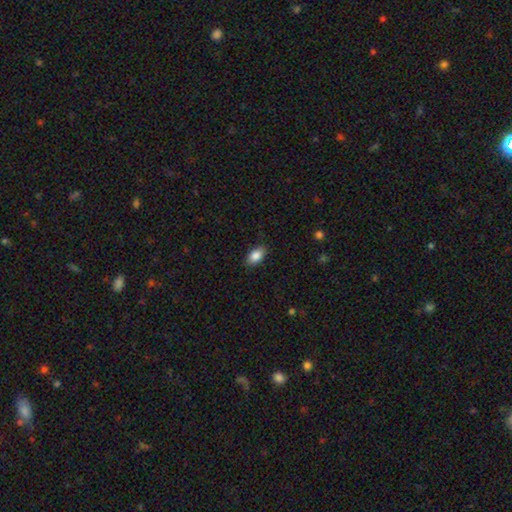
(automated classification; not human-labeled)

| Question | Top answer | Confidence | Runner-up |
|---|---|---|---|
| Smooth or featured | smooth | 87% | star or artifact (8%) |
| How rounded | in between | 91% | round (7%) |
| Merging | none | 86% | minor disturbance (11%) |